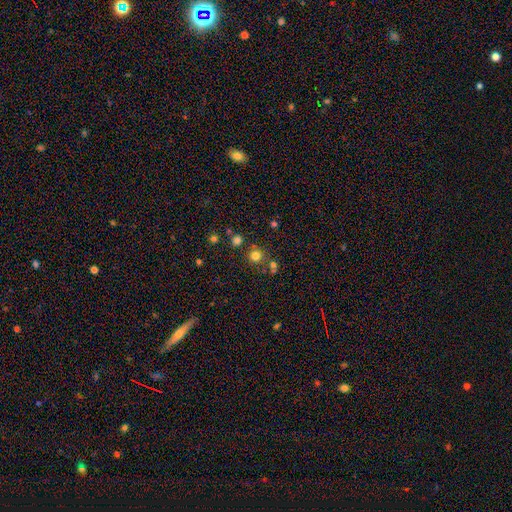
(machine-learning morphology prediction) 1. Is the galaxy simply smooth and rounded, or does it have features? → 75% smooth, 18% star or artifact, 7% featured or disk.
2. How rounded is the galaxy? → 92% round, 7% in between, 1% cigar-shaped.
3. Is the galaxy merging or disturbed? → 77% none, 11% merger, 8% minor disturbance, 3% major disturbance.